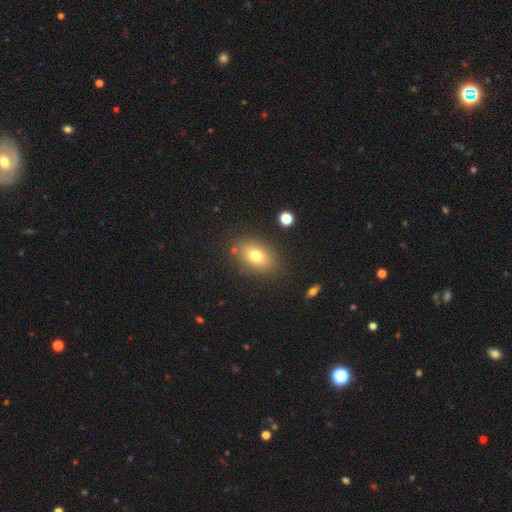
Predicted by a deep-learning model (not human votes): Smooth or featured: smooth — 75% (featured or disk — 13%)
How rounded: in between — 79% (round — 20%)
Merging: none — 82% (minor disturbance — 11%)